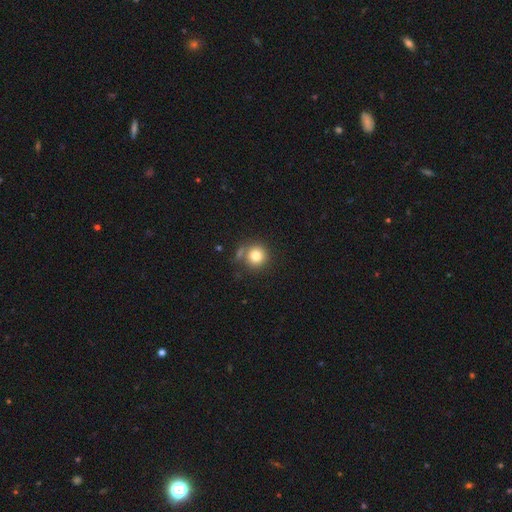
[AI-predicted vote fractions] A smooth galaxy with no disk features (80%) that is round (93%).

Vote fractions:
- Smooth or featured? smooth: 80% / star or artifact: 11% / featured or disk: 9%
- How rounded? round: 93% / in between: 6% / cigar-shaped: 1%
- Merging? none: 71% / merger: 13% / minor disturbance: 12% / major disturbance: 4%